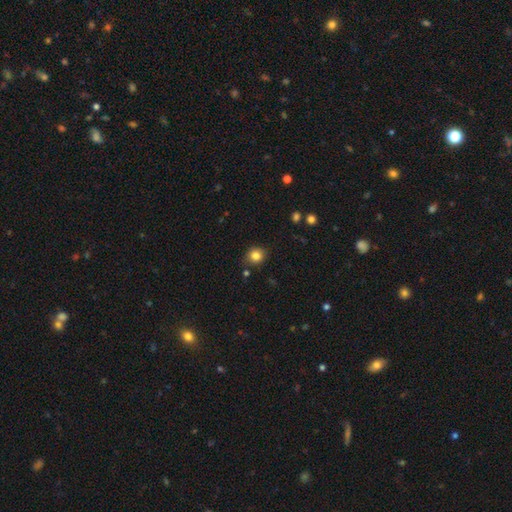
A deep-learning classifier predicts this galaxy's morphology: smooth_or_featured: smooth (p=0.84) [alt: star or artifact p=0.11]
how_rounded: round (p=0.76) [alt: in between p=0.23]
merging: none (p=0.82) [alt: minor disturbance p=0.13]